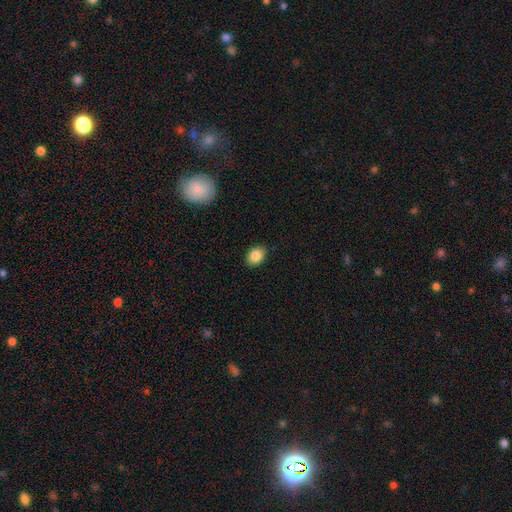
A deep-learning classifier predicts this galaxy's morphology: Overall: smooth (86%). How rounded: in between (71%). Merging: none (88%).